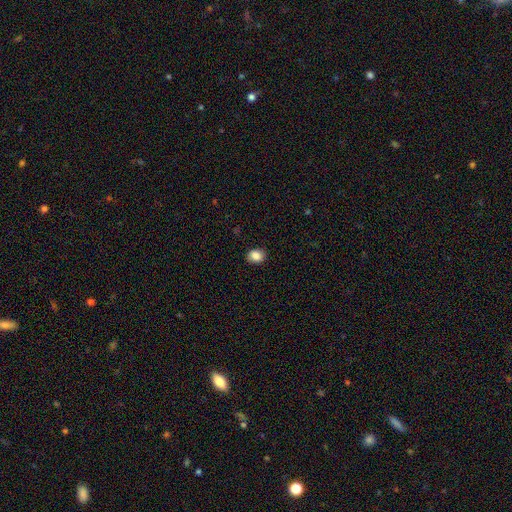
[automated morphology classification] Overall: smooth (87%). How rounded: in between (51%; round 48%). Merging: none (87%).